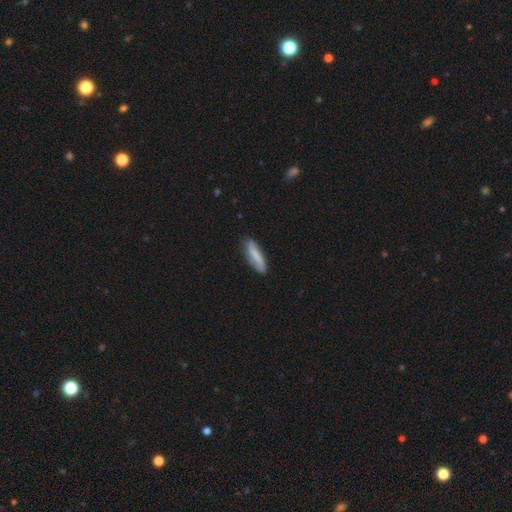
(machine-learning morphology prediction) Q: Smooth or featured?
A: smooth (57%); runner-up: featured or disk (36%)
Q: How rounded?
A: cigar-shaped (66%); runner-up: in between (32%)
Q: Merging?
A: none (77%); runner-up: minor disturbance (17%)